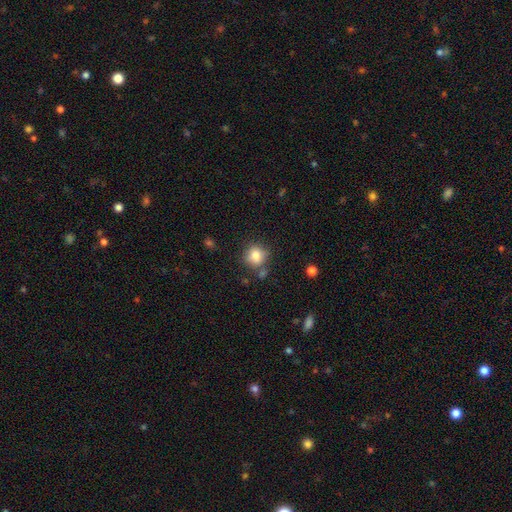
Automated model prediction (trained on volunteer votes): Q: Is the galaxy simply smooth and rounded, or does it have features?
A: smooth — 81%.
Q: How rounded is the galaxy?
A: round — 85%.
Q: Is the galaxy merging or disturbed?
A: none — 75%.